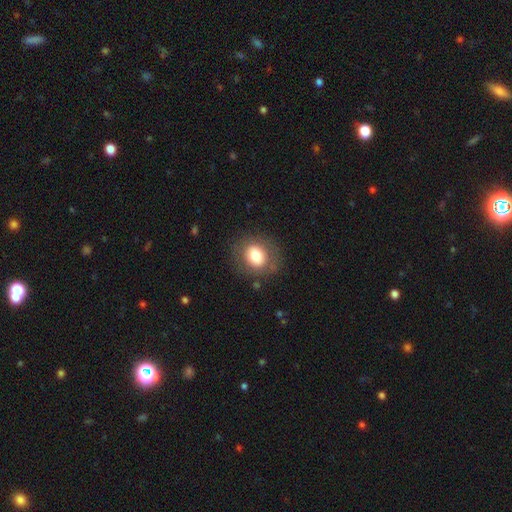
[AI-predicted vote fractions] The model was most divided on "how rounded": round: 64%, in between: 35%, cigar-shaped: 1%. More confident: merging — none (81%); smooth or featured — smooth (73%).